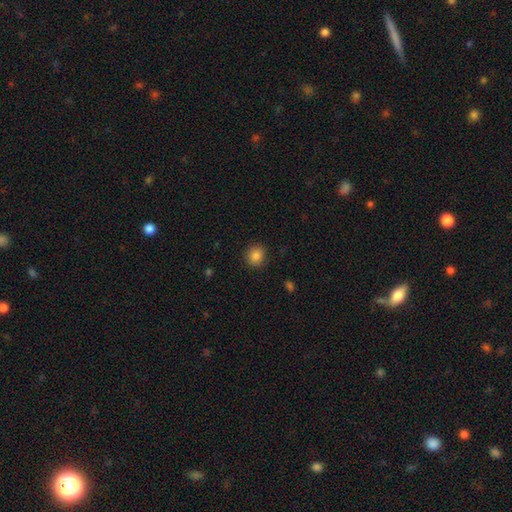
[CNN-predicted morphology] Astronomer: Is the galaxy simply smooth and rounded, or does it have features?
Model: smooth — 85%.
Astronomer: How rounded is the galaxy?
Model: round — 80%.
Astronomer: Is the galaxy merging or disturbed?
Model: none — 89%.